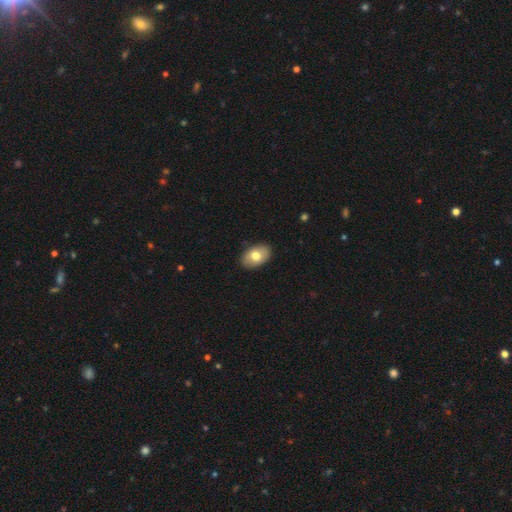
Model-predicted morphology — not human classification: Q: Smooth or featured?
A: smooth (73%); runner-up: featured or disk (21%)
Q: How rounded?
A: in between (90%); runner-up: round (9%)
Q: Merging?
A: none (88%); runner-up: minor disturbance (9%)